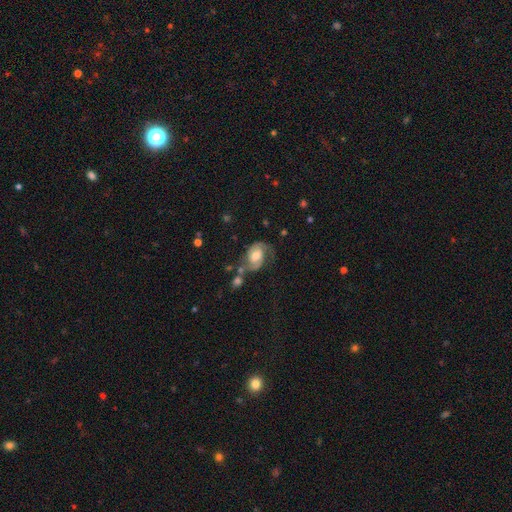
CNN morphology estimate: This appears to be a featured or disk galaxy (67%) with no bar (64%), 2 (75%) medium (44%) spiral arms (88%) and a moderate central bulge (66%). Merging: none (44%).